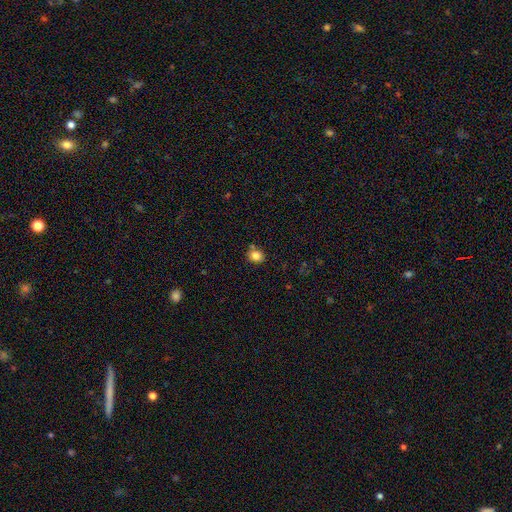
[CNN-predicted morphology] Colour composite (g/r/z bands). It shows a smooth galaxy with no disk features (82%) that is round (74%). Merging: none (76%).